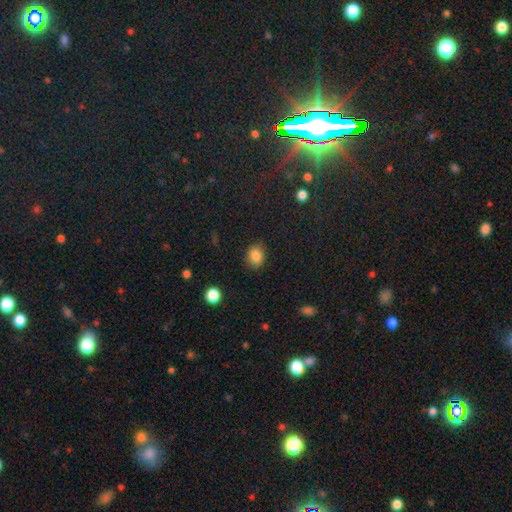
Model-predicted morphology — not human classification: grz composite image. It shows a smooth galaxy with no disk features (85%) that is round (52%). Merging: none (83%).